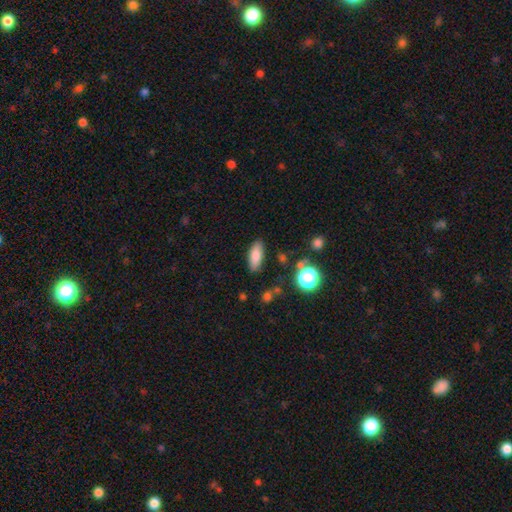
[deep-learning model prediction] Smooth or featured: smooth — 82% (star or artifact — 9%)
How rounded: in between — 71% (cigar-shaped — 25%)
Merging: none — 84% (minor disturbance — 10%)